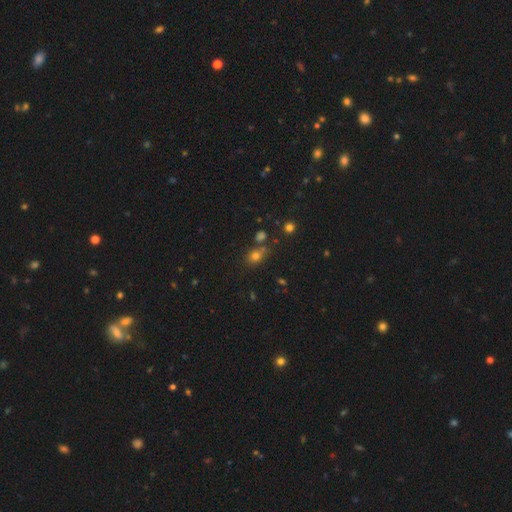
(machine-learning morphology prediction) Smooth or featured?
  - smooth: 70% *
  - star or artifact: 22%
  - featured or disk: 9%
How rounded?
  - round: 55% *
  - in between: 43%
  - cigar-shaped: 2%
Merging?
  - none: 65% *
  - merger: 17%
  - minor disturbance: 13%
  - major disturbance: 5%